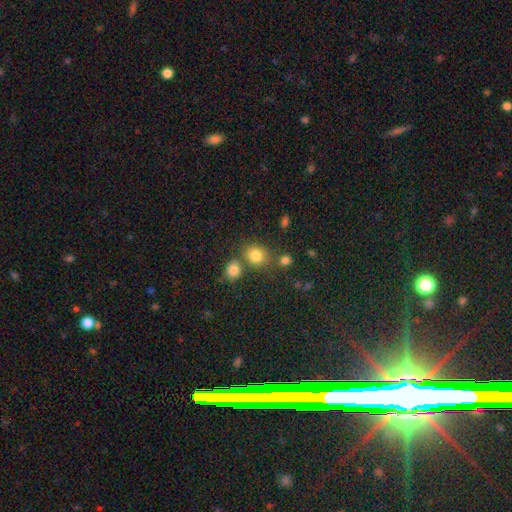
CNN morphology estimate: A smooth galaxy with no disk features (81%) that is round (69%). Merging: none (66%).